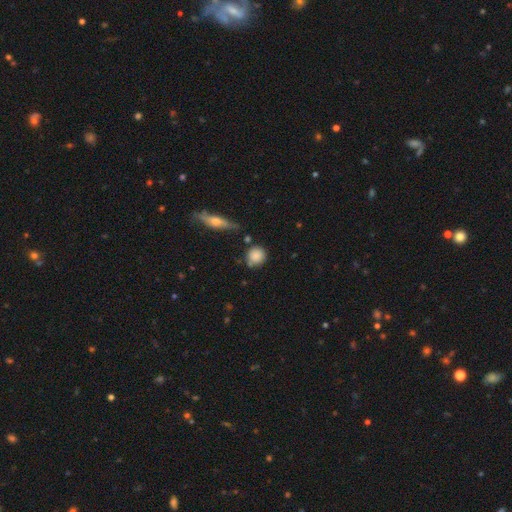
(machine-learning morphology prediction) A smooth galaxy with no disk features (83%) that is round (86%). Merging: none (69%).